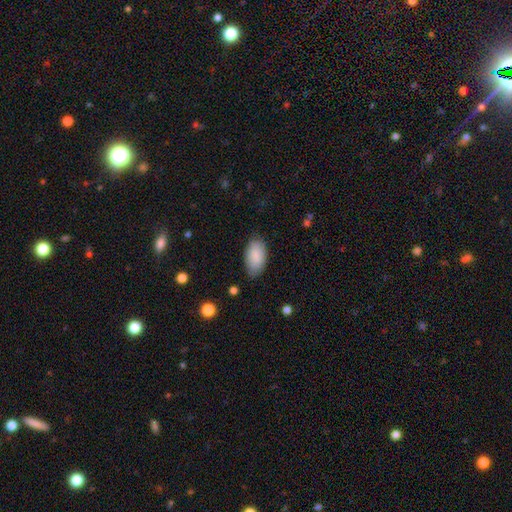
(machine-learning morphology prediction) Smooth or featured: smooth — 88% (star or artifact — 6%)
How rounded: in between — 95% (cigar-shaped — 3%)
Merging: none — 80% (minor disturbance — 15%)